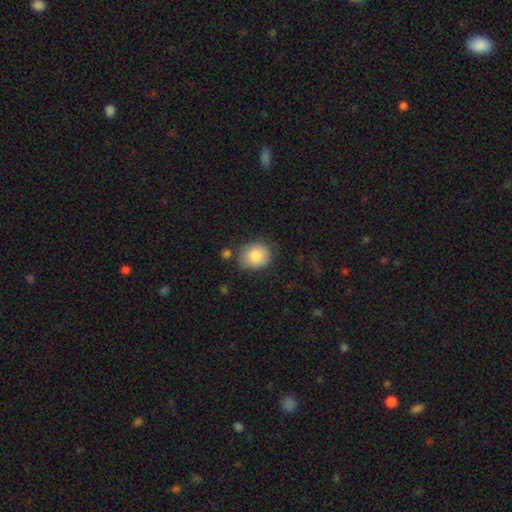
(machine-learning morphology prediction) type=smooth (86%); roundness=round (68%); merging=none (71%).